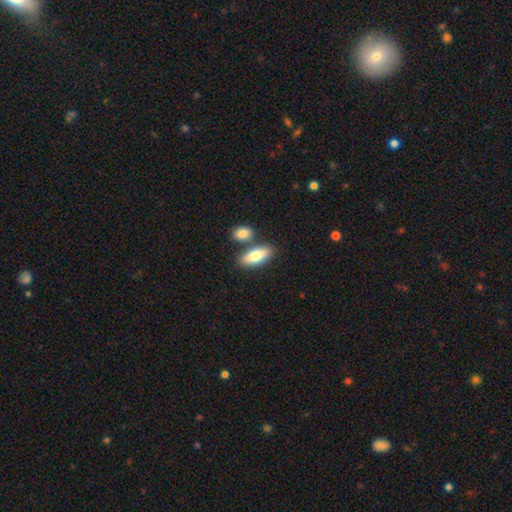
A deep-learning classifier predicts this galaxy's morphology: Q: Smooth or featured?
A: smooth (78%); runner-up: featured or disk (17%)
Q: How rounded?
A: in between (82%); runner-up: cigar-shaped (14%)
Q: Merging?
A: none (66%); runner-up: merger (22%)